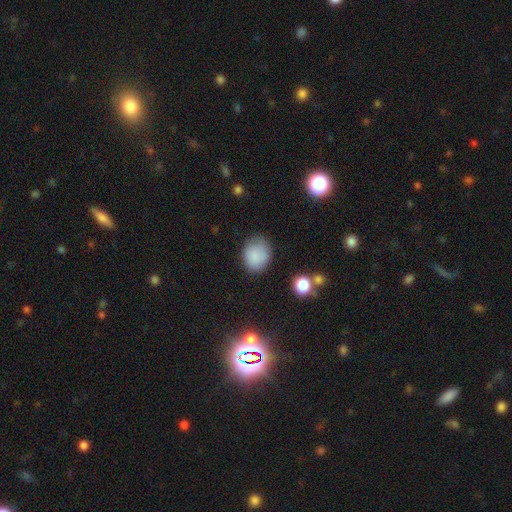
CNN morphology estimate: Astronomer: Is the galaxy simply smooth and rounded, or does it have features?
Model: smooth — 85%.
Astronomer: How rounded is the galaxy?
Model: round — 55% (runner-up: in between, 44%).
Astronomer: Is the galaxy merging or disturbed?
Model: none — 71%.